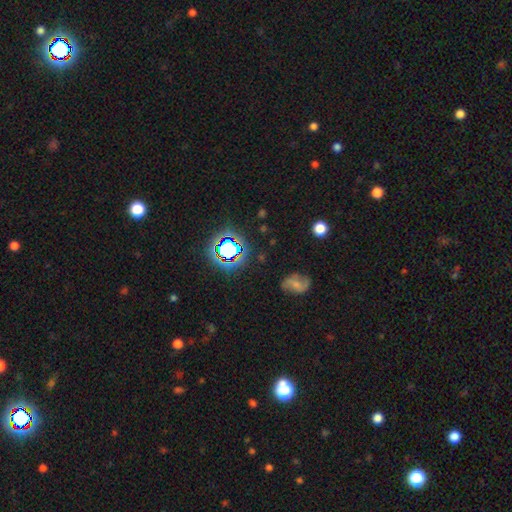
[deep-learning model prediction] Smooth or featured? star or artifact (60%)